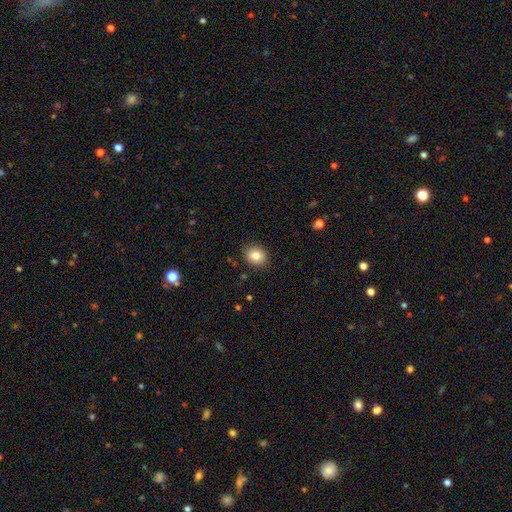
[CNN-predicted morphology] smooth 83%, star or artifact 10%, featured or disk 7%. Down the decision tree: how rounded — round (75%); merging — none (88%).